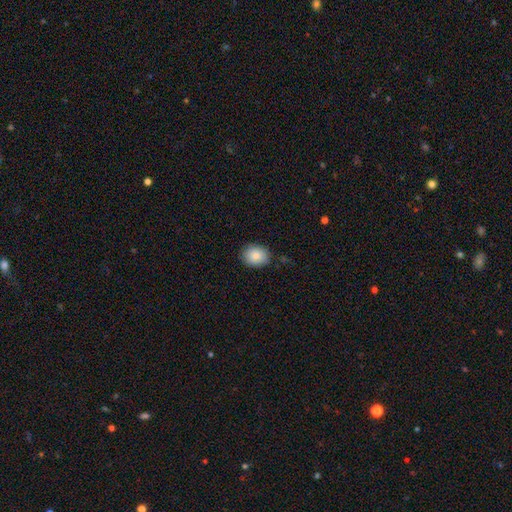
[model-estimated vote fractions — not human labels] Smooth or featured?
  - smooth: 86% *
  - star or artifact: 7%
  - featured or disk: 6%
How rounded?
  - in between: 52% *
  - round: 47%
  - cigar-shaped: 1%
Merging?
  - none: 83% *
  - minor disturbance: 13%
  - major disturbance: 3%
  - merger: 1%